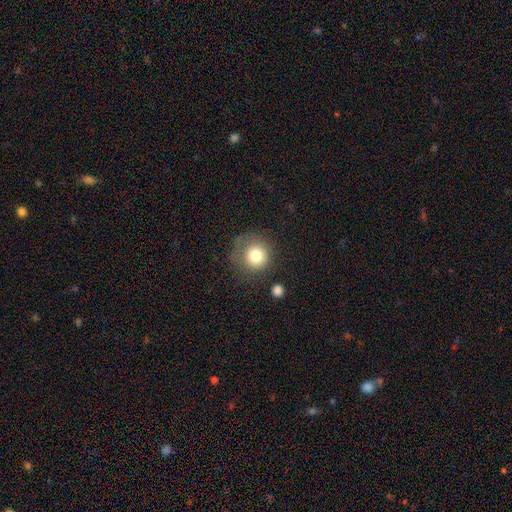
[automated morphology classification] type=smooth (79%); roundness=round (92%); merging=none (66%).